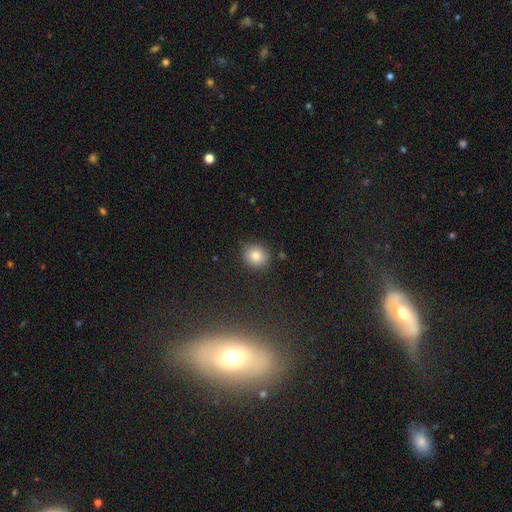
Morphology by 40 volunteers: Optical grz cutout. It shows a smooth galaxy with no disk features (90%) that is round (78%). Merging: none (87%).